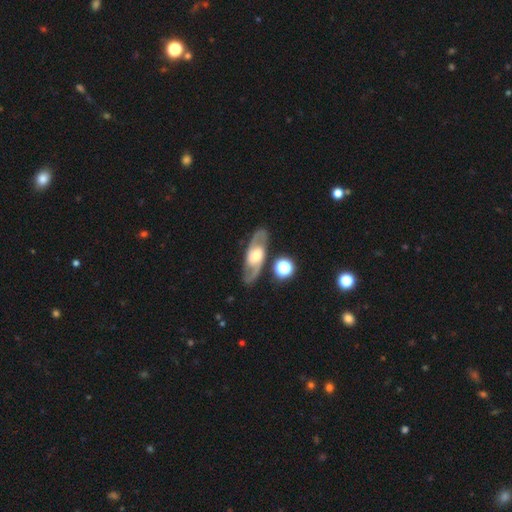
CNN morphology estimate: type=featured or disk (79%); edge-on=no (87%); bar=no (45%); spiral arms=yes (88%); winding=medium (56%); arm count=2 (89%); bulge=moderate (51%); merging=none (83%).